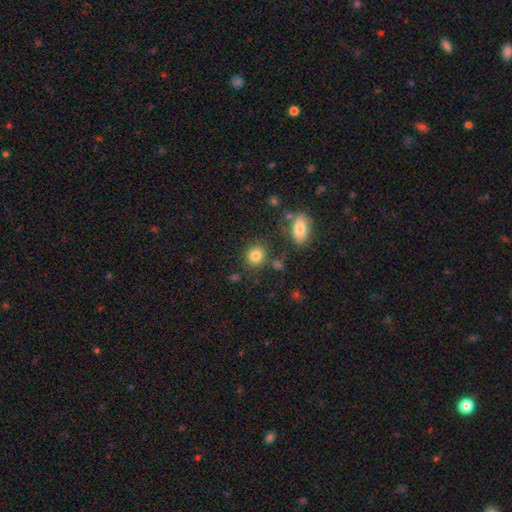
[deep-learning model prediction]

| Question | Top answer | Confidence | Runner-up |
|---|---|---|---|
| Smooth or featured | smooth | 84% | star or artifact (10%) |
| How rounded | round | 74% | in between (24%) |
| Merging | none | 77% | minor disturbance (12%) |